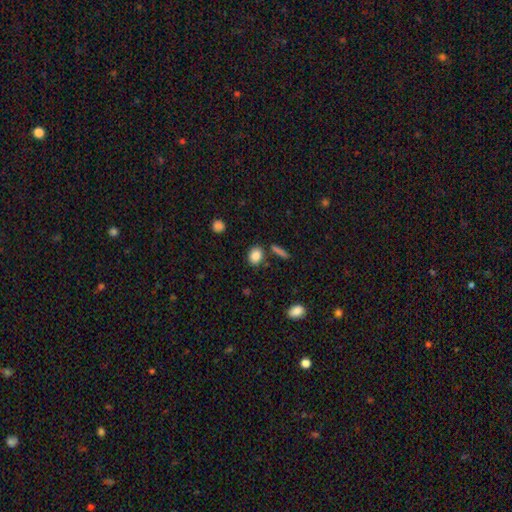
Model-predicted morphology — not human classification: Smooth or featured? smooth (86%)
How rounded? in between (62%)
Merging? none (79%)